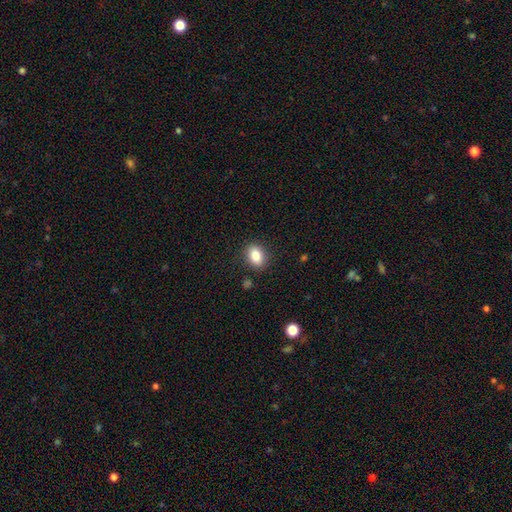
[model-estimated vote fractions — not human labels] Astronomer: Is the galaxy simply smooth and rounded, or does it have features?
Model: smooth — 84%.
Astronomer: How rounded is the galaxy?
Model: in between — 71%.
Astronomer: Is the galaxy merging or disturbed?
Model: none — 87%.